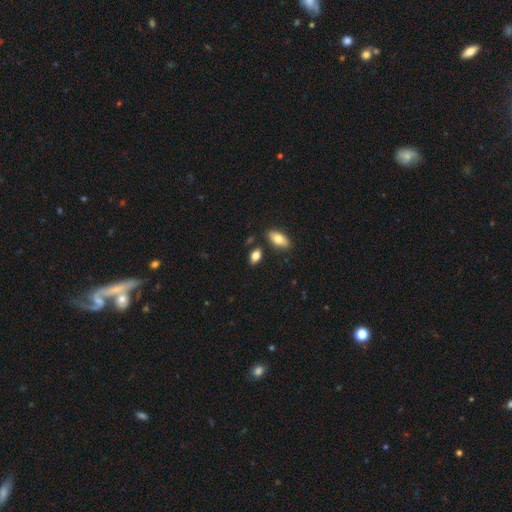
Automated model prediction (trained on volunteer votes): This is clearly a smooth galaxy (81%). How rounded: clearly in between (88%). Merging: likely none (79%).